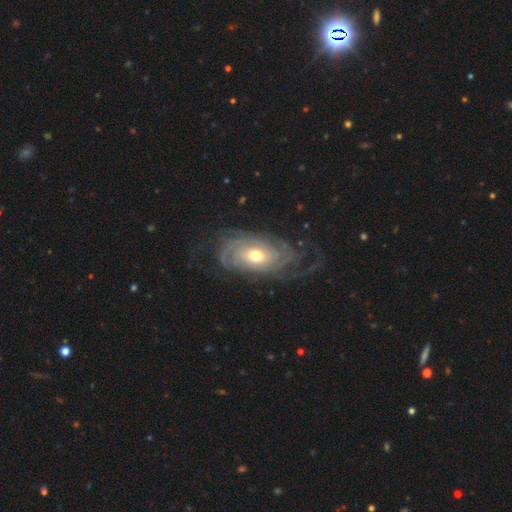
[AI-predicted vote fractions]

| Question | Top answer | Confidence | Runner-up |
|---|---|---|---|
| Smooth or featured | featured or disk | 86% | smooth (9%) |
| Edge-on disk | no | 94% | yes (6%) |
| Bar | no | 72% | weak (21%) |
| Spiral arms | yes | 95% | no (5%) |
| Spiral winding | tight | 73% | medium (20%) |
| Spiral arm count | can't tell | 38% | more than 4 (17%) |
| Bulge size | moderate | 64% | small (27%) |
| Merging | none | 69% | minor disturbance (17%) |